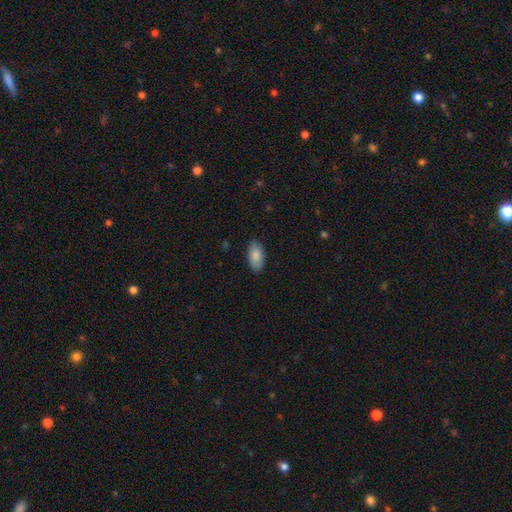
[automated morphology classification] The model was most divided on "merging": none: 86%, minor disturbance: 10%, major disturbance: 2%, merger: 1%. More confident: how rounded — in between (94%); smooth or featured — smooth (87%).